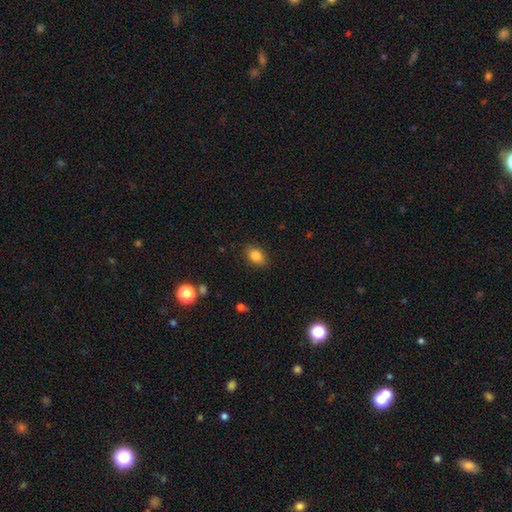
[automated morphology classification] The model was most divided on "how rounded": in between: 81%, round: 17%, cigar-shaped: 2%. More confident: merging — none (87%); smooth or featured — smooth (83%).